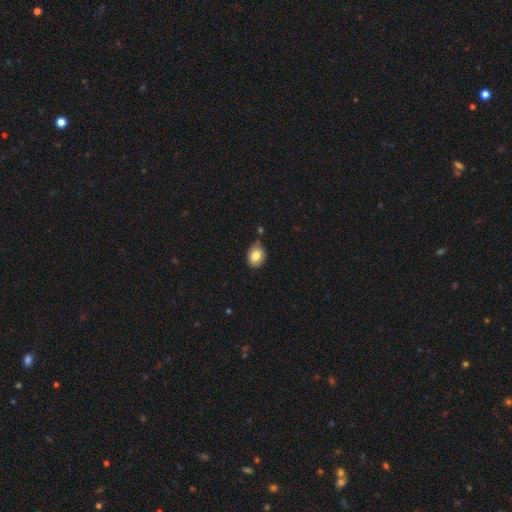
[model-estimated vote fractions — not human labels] smooth 81%, featured or disk 10%, star or artifact 9%. Down the decision tree: how rounded — in between (54%); merging — none (67%).